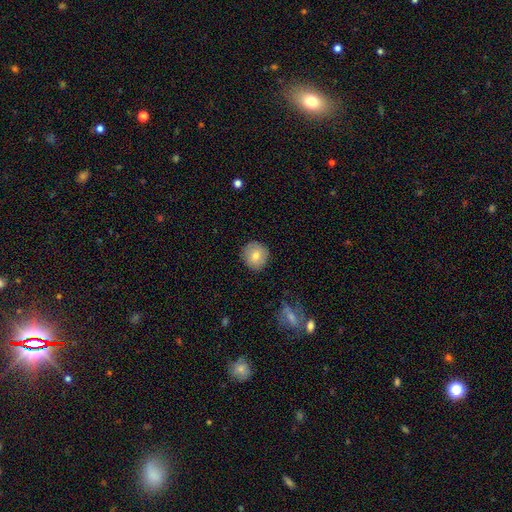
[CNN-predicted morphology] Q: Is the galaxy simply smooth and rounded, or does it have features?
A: smooth — 77%.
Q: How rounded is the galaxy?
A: round — 92%.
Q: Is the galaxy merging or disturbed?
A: none — 88%.